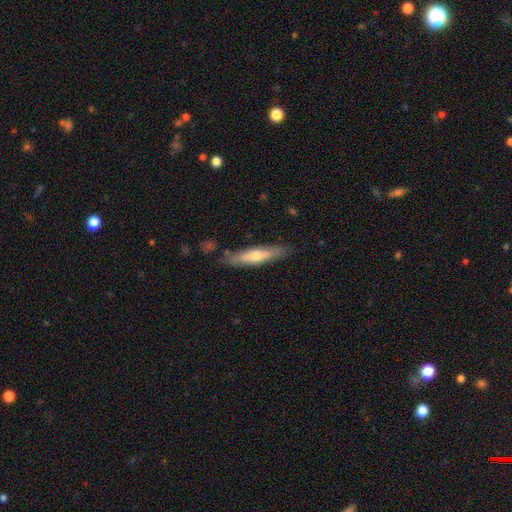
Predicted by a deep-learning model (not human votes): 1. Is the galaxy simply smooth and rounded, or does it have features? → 50% smooth, 44% featured or disk, 6% star or artifact.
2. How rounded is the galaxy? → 80% cigar-shaped, 18% in between, 2% round.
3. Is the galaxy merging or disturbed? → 81% none, 14% minor disturbance, 3% major disturbance, 3% merger.